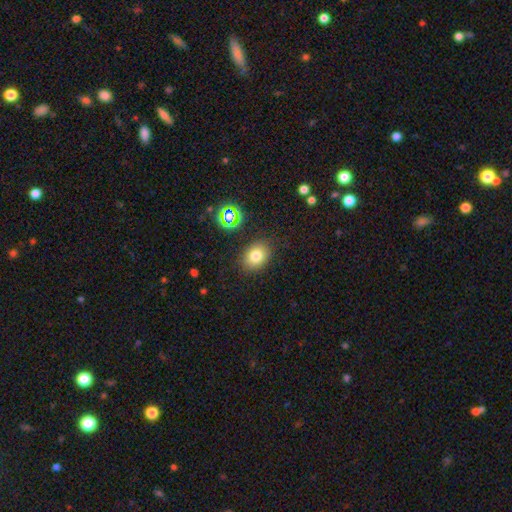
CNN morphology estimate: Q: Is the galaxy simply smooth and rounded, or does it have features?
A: smooth — 76%.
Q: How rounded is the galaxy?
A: in between — 61%.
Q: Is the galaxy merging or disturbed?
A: none — 84%.